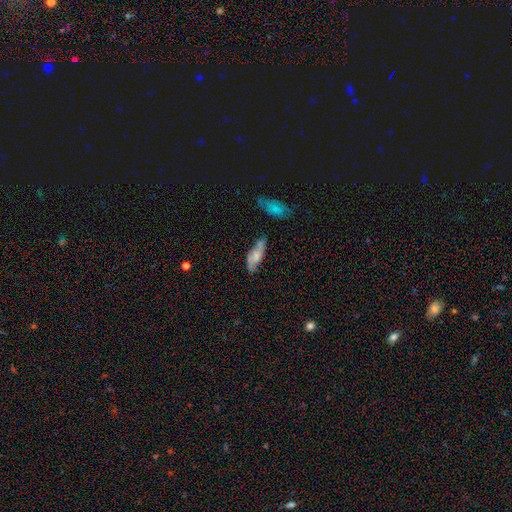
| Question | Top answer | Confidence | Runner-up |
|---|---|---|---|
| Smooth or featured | smooth | 62% | featured or disk (35%) |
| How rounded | in between | 76% | cigar-shaped (24%) |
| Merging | minor disturbance | 36% | major disturbance (28%) |